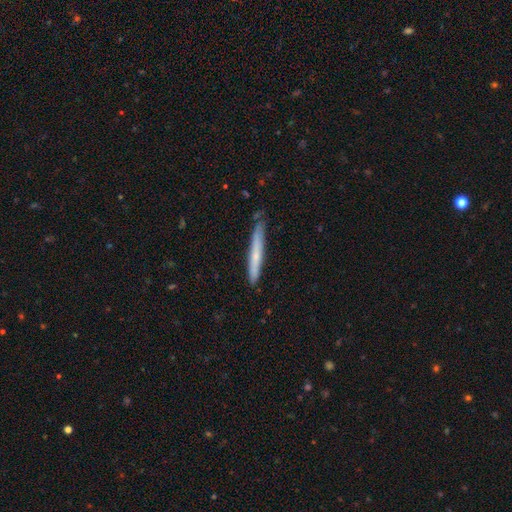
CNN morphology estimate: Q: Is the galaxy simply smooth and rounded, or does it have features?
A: smooth — 58%.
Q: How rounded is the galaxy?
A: cigar-shaped — 96%.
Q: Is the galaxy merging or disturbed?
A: none — 79%.